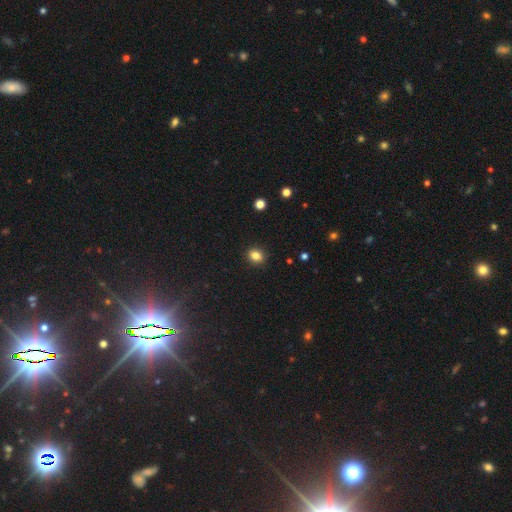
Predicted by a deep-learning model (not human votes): This is clearly a smooth galaxy (84%). How rounded: possibly round (53%). Merging: clearly none (90%).